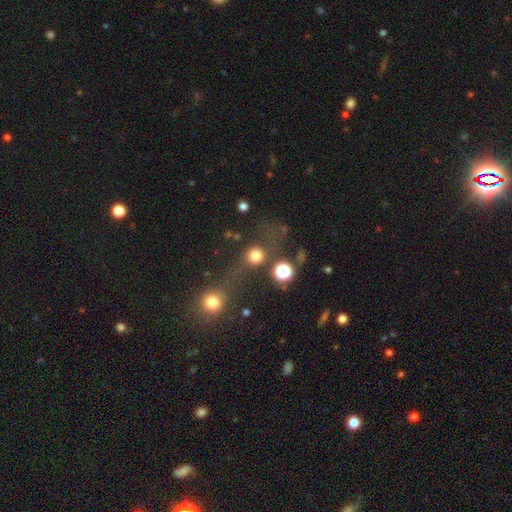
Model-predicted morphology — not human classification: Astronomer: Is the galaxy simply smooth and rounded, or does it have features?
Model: smooth — 73%.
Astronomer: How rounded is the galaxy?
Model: round — 86%.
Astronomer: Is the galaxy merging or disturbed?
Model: none — 51%.